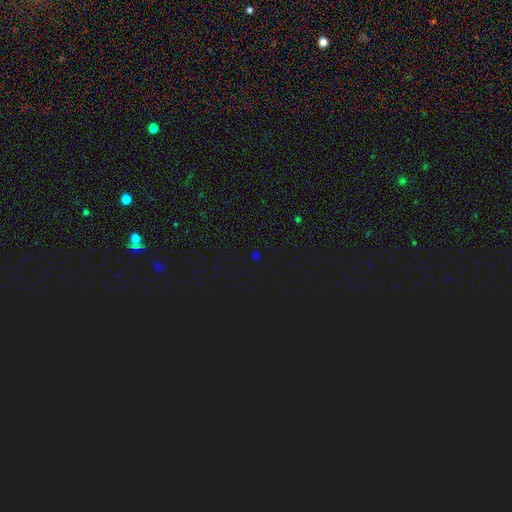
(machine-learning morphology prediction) smooth_or_featured: star or artifact (p=0.66) [alt: smooth p=0.29]